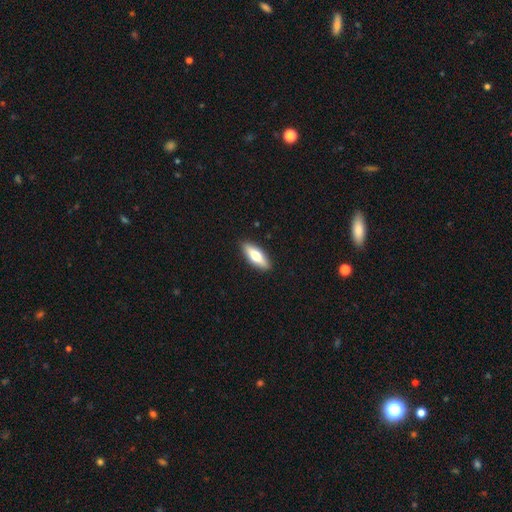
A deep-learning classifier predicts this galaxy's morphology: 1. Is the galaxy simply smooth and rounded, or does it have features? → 62% smooth, 32% featured or disk, 6% star or artifact.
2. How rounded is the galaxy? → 58% in between, 40% cigar-shaped, 2% round.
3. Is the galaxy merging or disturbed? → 90% none, 8% minor disturbance, 2% major disturbance, 1% merger.